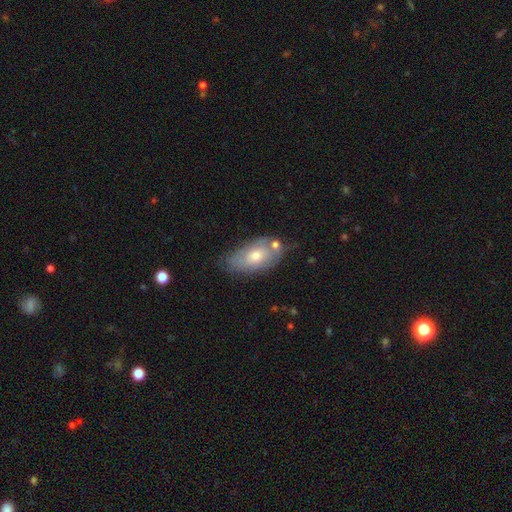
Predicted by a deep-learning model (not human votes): This appears to be a smooth galaxy with no disk features (55%) that is in between round and cigar-shaped (90%). Merging: none (56%).